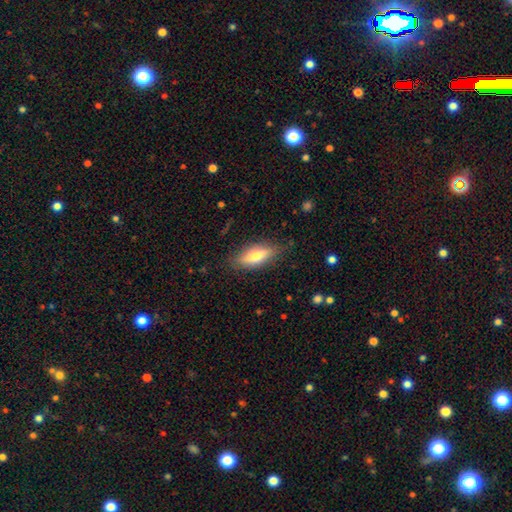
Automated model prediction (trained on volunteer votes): Smooth or featured?
  - smooth: 63% *
  - featured or disk: 31%
  - star or artifact: 7%
How rounded?
  - in between: 61% *
  - cigar-shaped: 37%
  - round: 2%
Merging?
  - none: 81% *
  - minor disturbance: 14%
  - major disturbance: 4%
  - merger: 1%